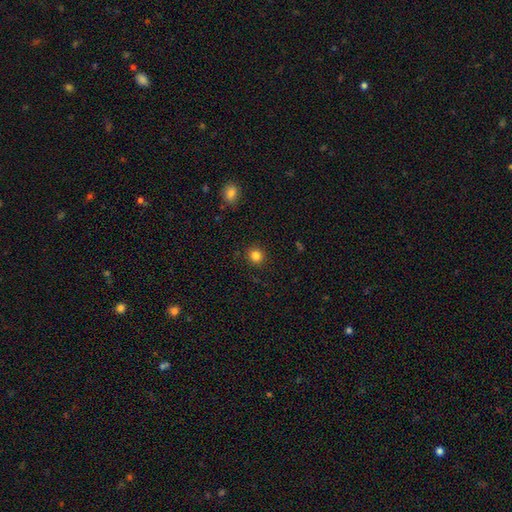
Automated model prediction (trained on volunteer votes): smooth_or_featured: smooth (p=0.83) [alt: star or artifact p=0.12]
how_rounded: round (p=0.89) [alt: in between p=0.10]
merging: none (p=0.90) [alt: minor disturbance p=0.06]